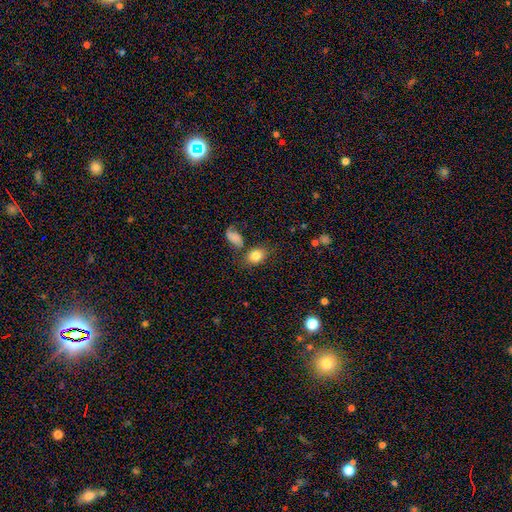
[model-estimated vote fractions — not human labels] Overall: smooth (81%). How rounded: in between (64%; round 34%). Merging: none (67%).